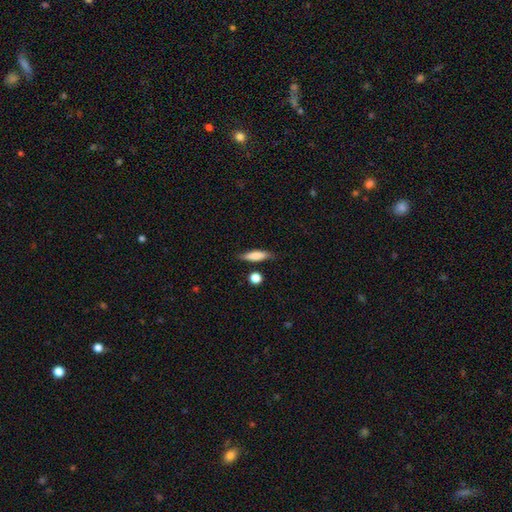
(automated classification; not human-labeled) Overall: smooth (76%). How rounded: cigar-shaped (64%; in between 33%). Merging: none (80%).